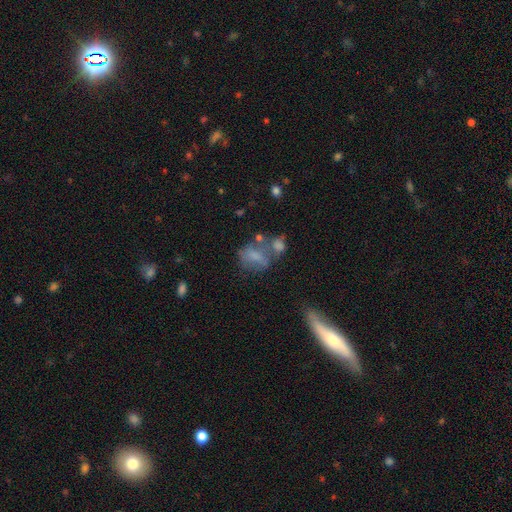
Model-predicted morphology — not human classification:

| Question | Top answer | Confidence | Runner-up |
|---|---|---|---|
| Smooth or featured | smooth | 56% | featured or disk (30%) |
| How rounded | in between | 69% | round (27%) |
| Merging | none | 35% | merger (27%) |